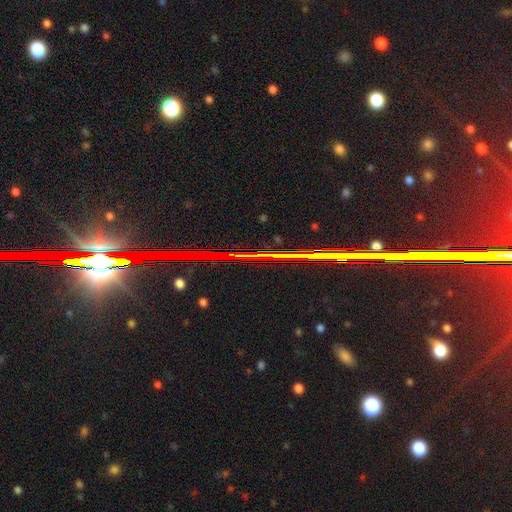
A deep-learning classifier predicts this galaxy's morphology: Smooth or featured? Predicted: star or artifact (p=0.82).